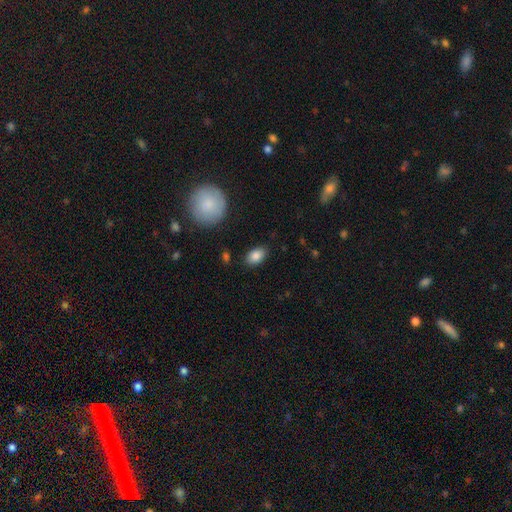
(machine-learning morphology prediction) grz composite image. It shows a smooth galaxy with no disk features (86%) that is in between round and cigar-shaped (87%). Merging: none (84%).